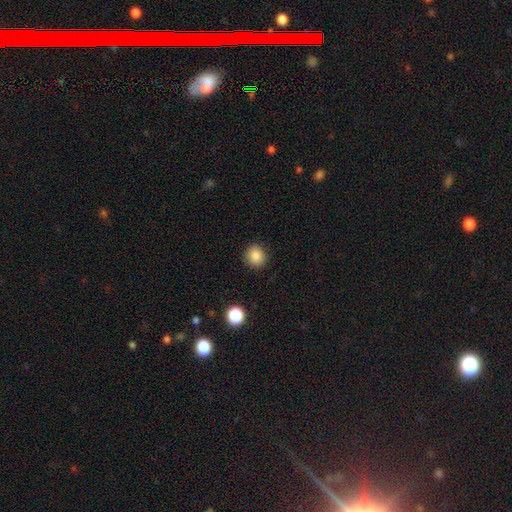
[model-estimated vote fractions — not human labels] This appears to be a smooth galaxy with no disk features (85%) that is round (86%). Merging: none (90%).